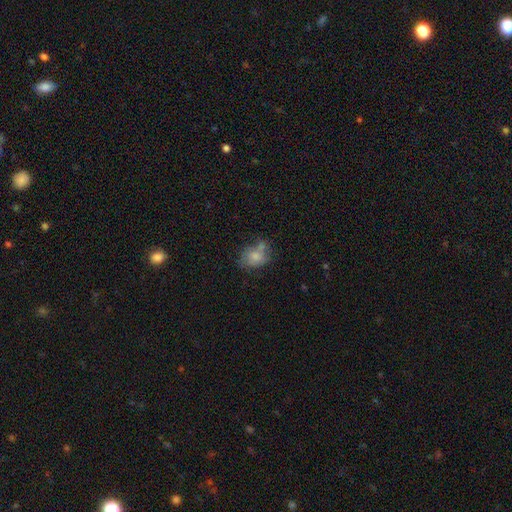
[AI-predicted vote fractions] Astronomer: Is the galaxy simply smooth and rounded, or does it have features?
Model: smooth — 72%.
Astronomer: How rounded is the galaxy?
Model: in between — 63%.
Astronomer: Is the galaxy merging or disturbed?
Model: none — 38% (runner-up: merger, 26%).